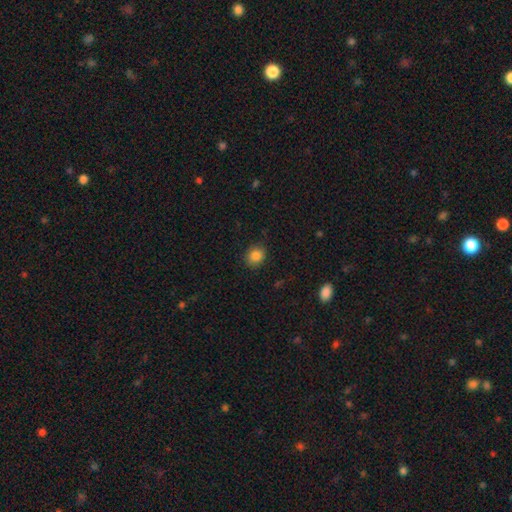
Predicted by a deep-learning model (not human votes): Smooth or featured? Predicted: smooth (p=0.84). How rounded? Predicted: round (p=0.62). Merging? Predicted: none (p=0.85).